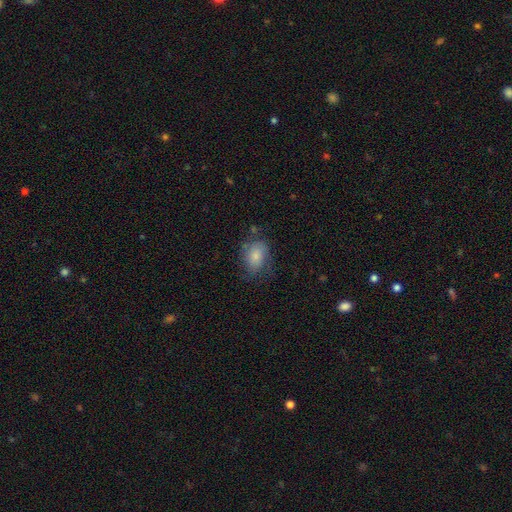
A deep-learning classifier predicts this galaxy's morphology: smooth 76%, featured or disk 16%, star or artifact 8%. Down the decision tree: how rounded — in between (68%); merging — none (56%).